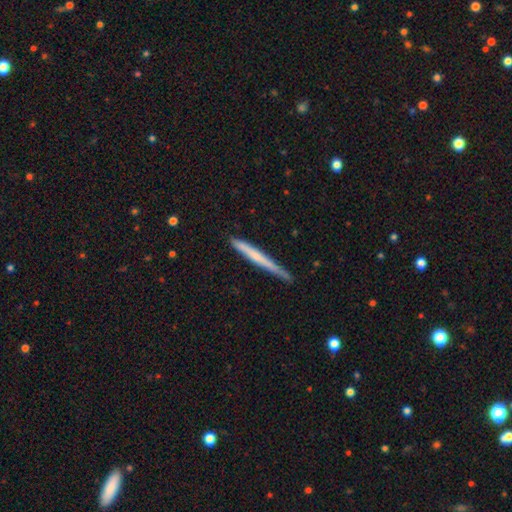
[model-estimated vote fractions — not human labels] Morphology: type=smooth (51%); roundness=cigar-shaped (97%); merging=none (81%).